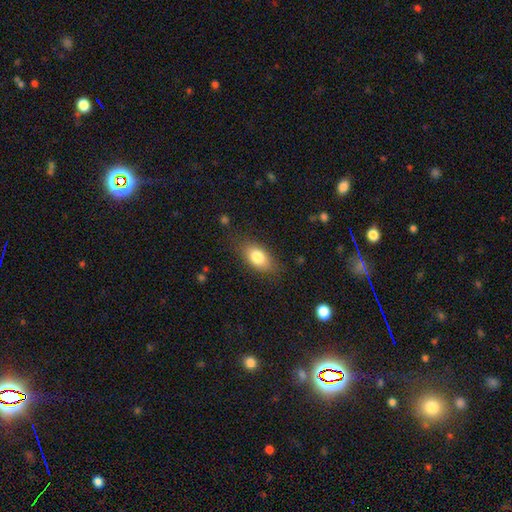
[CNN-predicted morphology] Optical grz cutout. It shows a smooth galaxy with no disk features (81%) that is in between round and cigar-shaped (88%). Merging: none (79%).